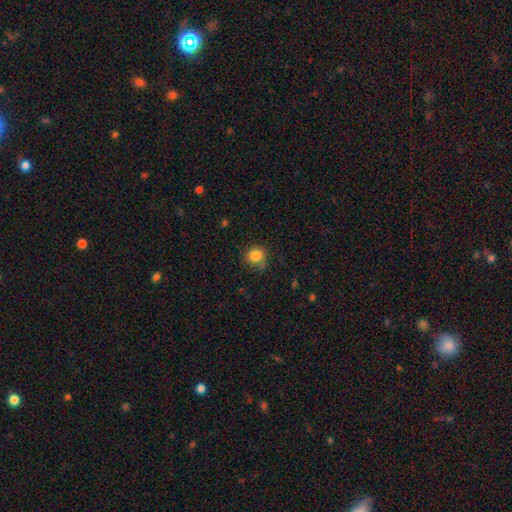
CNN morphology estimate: Q: Smooth or featured?
A: smooth (84%); runner-up: star or artifact (11%)
Q: How rounded?
A: round (86%); runner-up: in between (13%)
Q: Merging?
A: none (74%); runner-up: minor disturbance (18%)